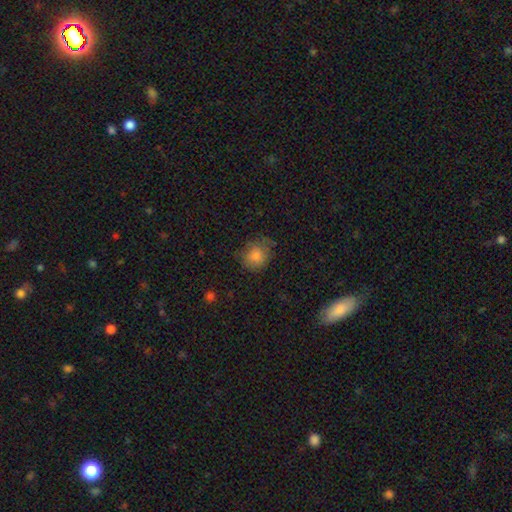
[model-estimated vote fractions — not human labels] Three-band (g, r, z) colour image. It shows a smooth galaxy with no disk features (81%) that is round (76%). Merging: none (71%).